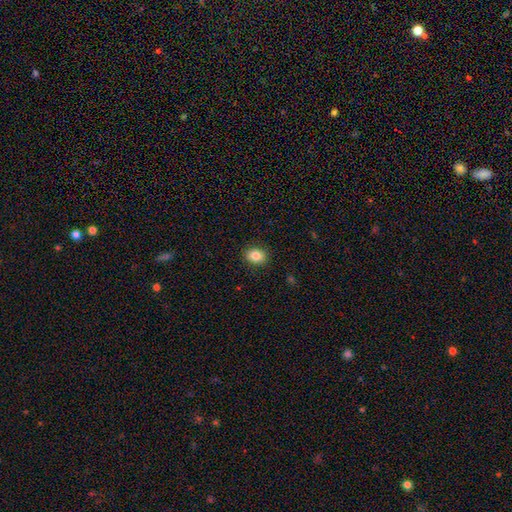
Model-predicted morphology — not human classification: smooth_or_featured: smooth (p=0.85) [alt: star or artifact p=0.09]
how_rounded: in between (p=0.59) [alt: round p=0.40]
merging: none (p=0.90) [alt: minor disturbance p=0.07]